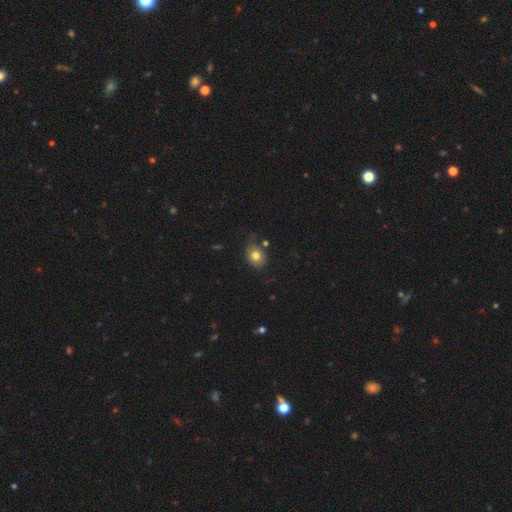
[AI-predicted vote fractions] smooth_or_featured: smooth (p=0.78) [alt: featured or disk p=0.12]
how_rounded: round (p=0.52) [alt: in between p=0.47]
merging: none (p=0.71) [alt: minor disturbance p=0.20]